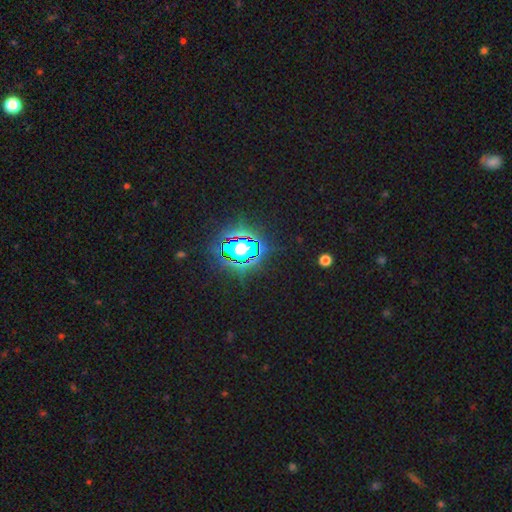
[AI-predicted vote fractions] smooth_or_featured: star or artifact (p=0.81) [alt: smooth p=0.12]